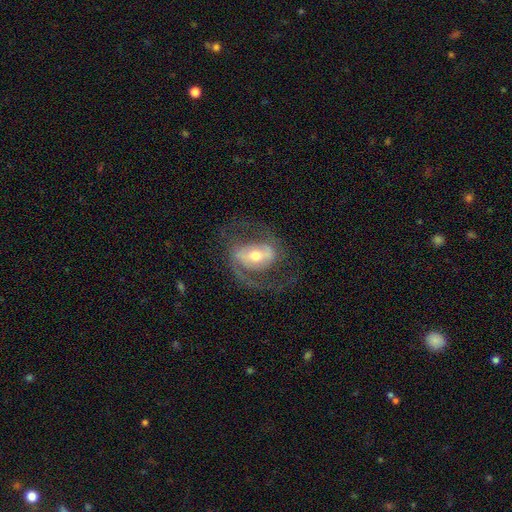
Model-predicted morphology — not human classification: A featured or disk galaxy (83%) with a strong bar (42%), 2 (85%) medium (54%) spiral arms (88%) and a moderate central bulge (67%).

Vote fractions:
- Smooth or featured? featured or disk: 83% / smooth: 12% / star or artifact: 5%
- Edge-on disk? no: 96% / yes: 4%
- Bar? strong: 42% / weak: 38% / no: 20%
- Spiral arms? yes: 88% / no: 12%
- Spiral winding? medium: 54% / loose: 26% / tight: 20%
- Spiral arm count? 2: 85% / can't tell: 6% / 1: 5% / 3: 2% / 4: 1% / more than 4: 1%
- Bulge size? moderate: 67% / small: 23% / large: 8% / dominant: 1% / none: 1%
- Merging? none: 67% / major disturbance: 16% / minor disturbance: 15% / merger: 1%